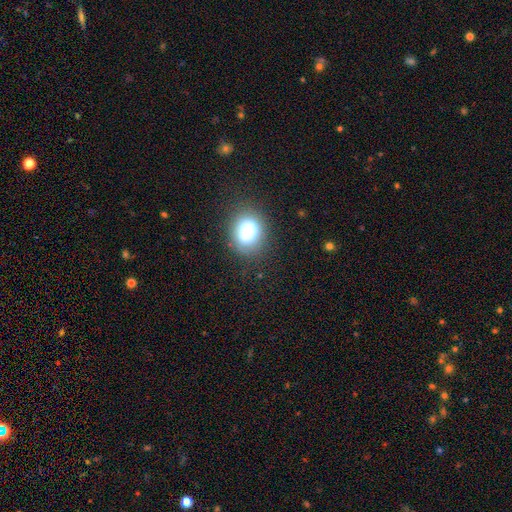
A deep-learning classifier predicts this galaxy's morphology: Overall: smooth (77%). How rounded: in between (54%; round 44%). Merging: none (85%).